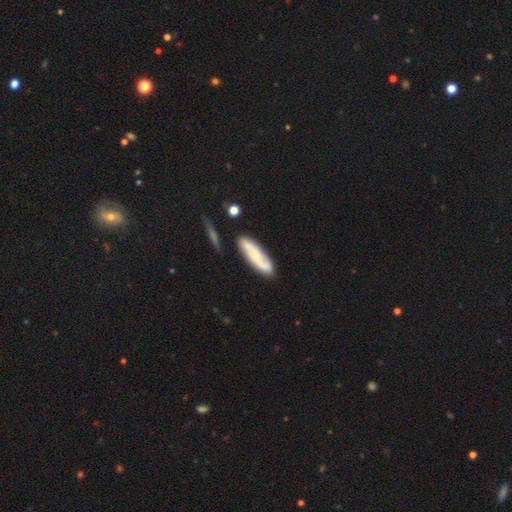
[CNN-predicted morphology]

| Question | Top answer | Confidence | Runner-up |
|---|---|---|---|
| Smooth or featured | featured or disk | 52% | smooth (42%) |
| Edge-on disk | no | 76% | yes (24%) |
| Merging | none | 78% | minor disturbance (14%) |